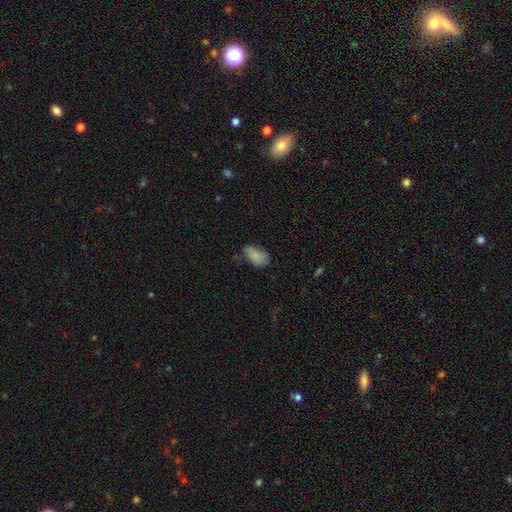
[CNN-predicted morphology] Smooth or featured?
  - smooth: 82% *
  - featured or disk: 10%
  - star or artifact: 8%
How rounded?
  - in between: 93% *
  - round: 5%
  - cigar-shaped: 2%
Merging?
  - none: 53% *
  - minor disturbance: 35%
  - major disturbance: 9%
  - merger: 4%